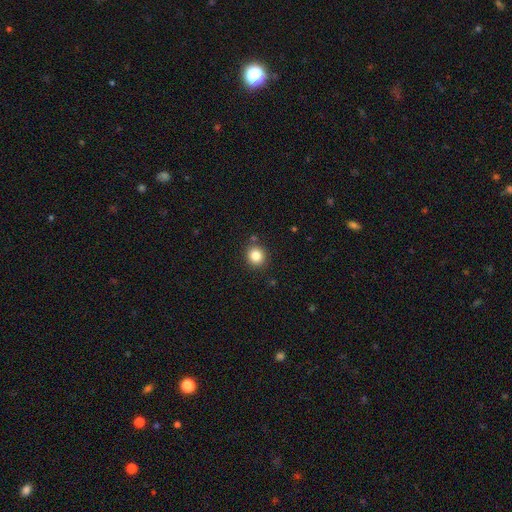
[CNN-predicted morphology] smooth 83%, star or artifact 11%, featured or disk 6%. Down the decision tree: how rounded — round (85%); merging — none (87%).